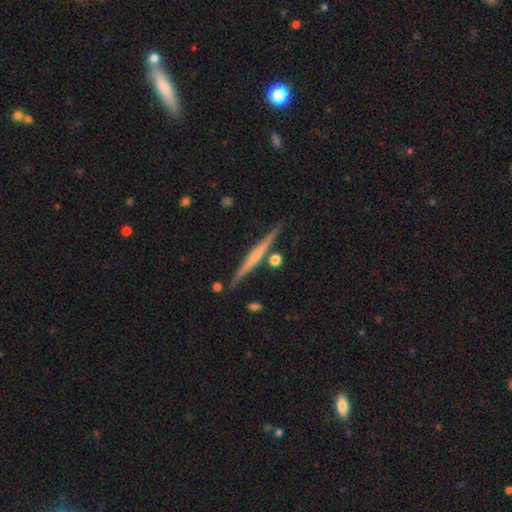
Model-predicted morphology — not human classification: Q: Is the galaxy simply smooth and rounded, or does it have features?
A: featured or disk — 61%.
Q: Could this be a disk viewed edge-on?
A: yes — 98%.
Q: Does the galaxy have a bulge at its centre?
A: none — 67%.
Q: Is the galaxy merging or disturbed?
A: none — 86%.